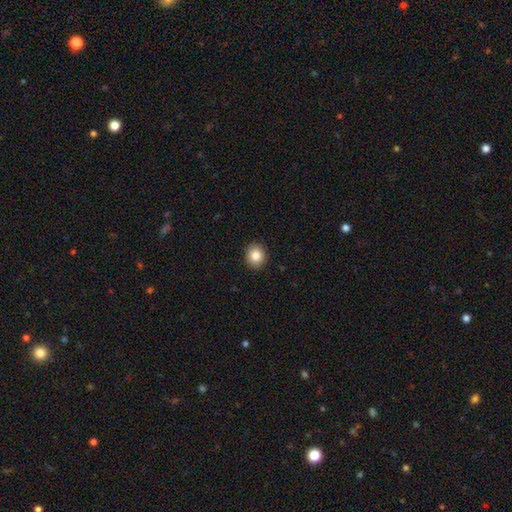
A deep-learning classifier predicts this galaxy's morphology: Smooth or featured: smooth — 84% (star or artifact — 9%)
How rounded: round — 76% (in between — 24%)
Merging: none — 92% (minor disturbance — 6%)